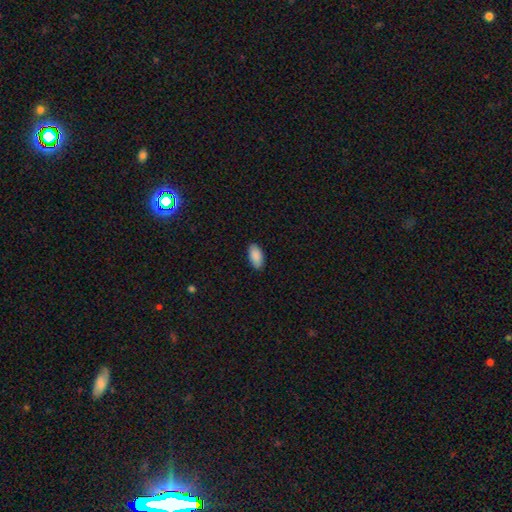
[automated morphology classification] type=smooth (90%); roundness=in between (94%); merging=none (88%).